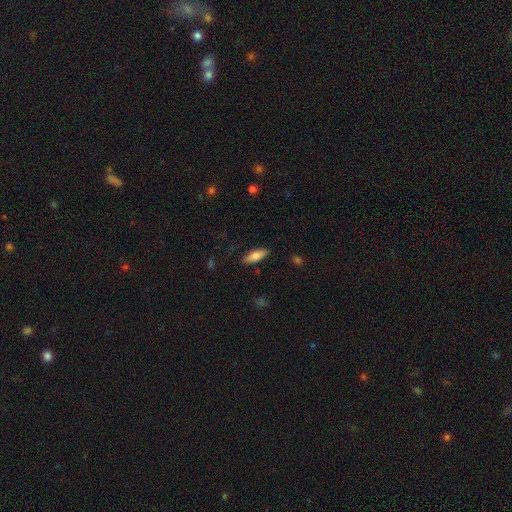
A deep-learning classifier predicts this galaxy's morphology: Smooth or featured: smooth — 77% (featured or disk — 17%)
How rounded: in between — 69% (cigar-shaped — 29%)
Merging: none — 87% (minor disturbance — 10%)